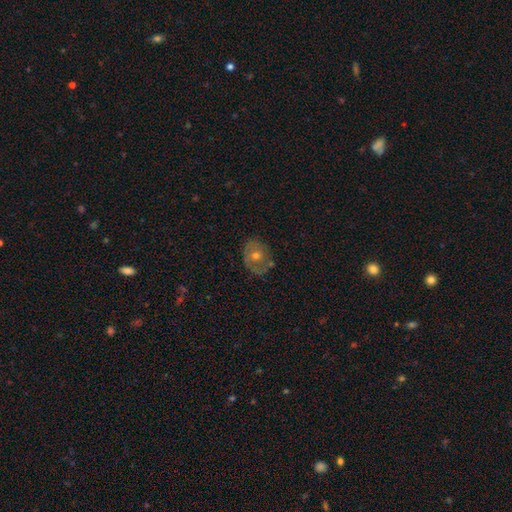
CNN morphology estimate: Smooth or featured?
  - featured or disk: 57% *
  - smooth: 33%
  - star or artifact: 10%
Edge-on disk?
  - no: 95% *
  - yes: 5%
Bar?
  - no: 87% *
  - weak: 11%
  - strong: 3%
Spiral arms?
  - no: 57% *
  - yes: 43%
Bulge size?
  - moderate: 60% *
  - small: 36%
  - large: 2%
  - none: 1%
  - dominant: 1%
Merging?
  - none: 69% *
  - minor disturbance: 20%
  - major disturbance: 8%
  - merger: 3%